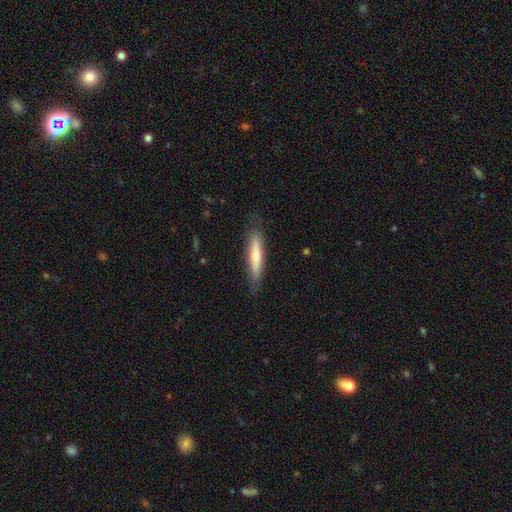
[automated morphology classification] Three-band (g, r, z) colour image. It shows a smooth galaxy with no disk features (56%) that is cigar-shaped (87%). Merging: none (82%).